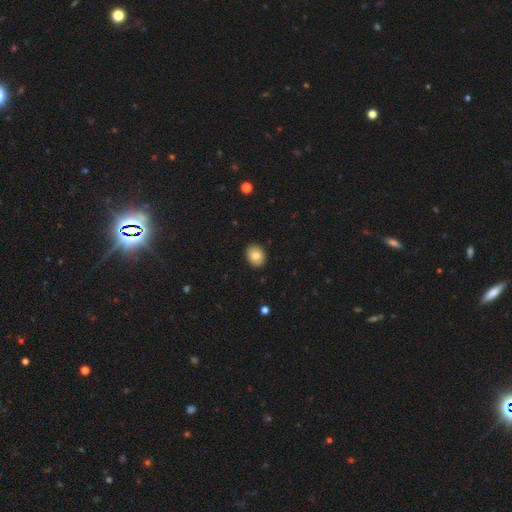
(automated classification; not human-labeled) This appears to be a smooth galaxy with no disk features (83%) that is in between round and cigar-shaped (51%). Merging: none (90%).